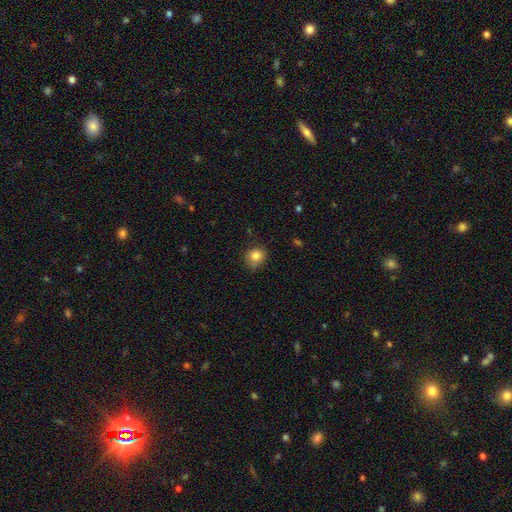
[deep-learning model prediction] Smooth or featured: smooth — 82% (star or artifact — 11%)
How rounded: round — 75% (in between — 24%)
Merging: none — 70% (minor disturbance — 23%)